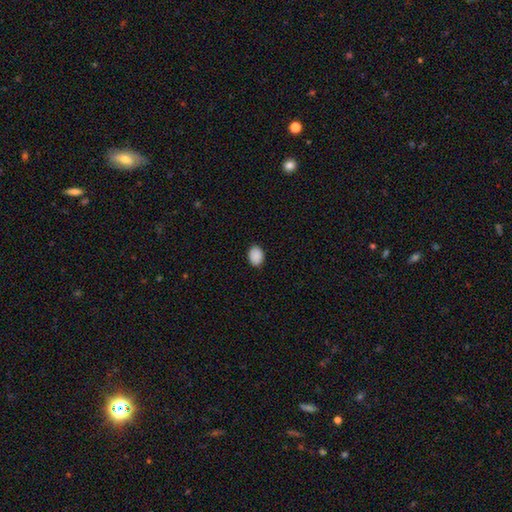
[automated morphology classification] smooth 90%, star or artifact 8%, featured or disk 2%. Down the decision tree: how rounded — in between (71%); merging — none (89%).